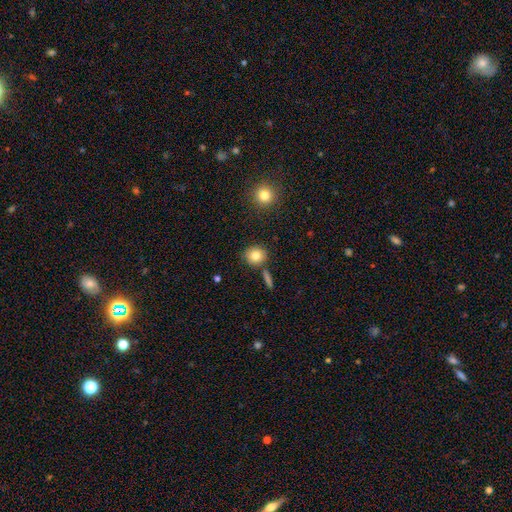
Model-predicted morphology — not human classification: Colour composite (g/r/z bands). It shows a smooth galaxy with no disk features (81%) that is round (85%). Merging: none (80%).